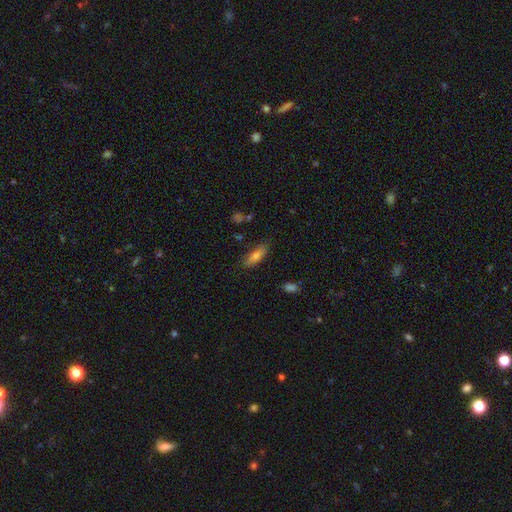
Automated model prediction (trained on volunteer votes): Q: Smooth or featured?
A: smooth (74%); runner-up: featured or disk (18%)
Q: How rounded?
A: in between (55%); runner-up: cigar-shaped (43%)
Q: Merging?
A: none (82%); runner-up: minor disturbance (13%)